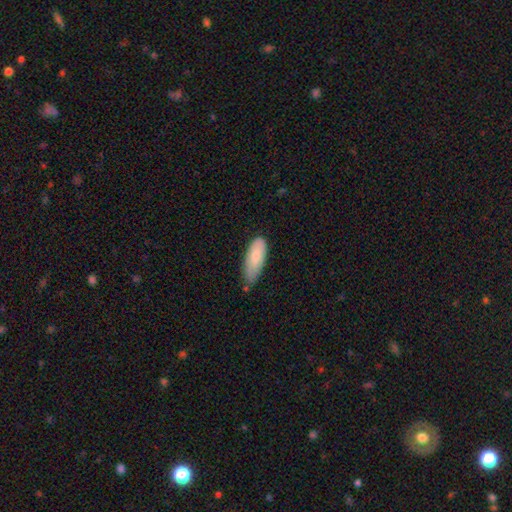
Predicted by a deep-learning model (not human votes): Overall: smooth (82%). How rounded: in between (74%). Merging: none (51%; minor disturbance 38%).